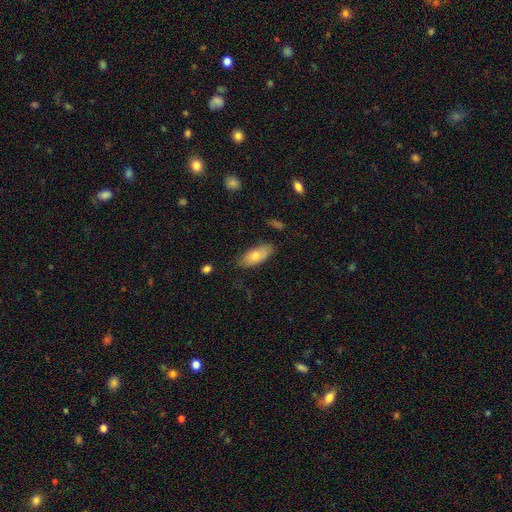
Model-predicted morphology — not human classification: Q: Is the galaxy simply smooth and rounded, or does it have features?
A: smooth — 77%.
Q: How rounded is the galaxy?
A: in between — 85%.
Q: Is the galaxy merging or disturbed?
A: none — 77%.